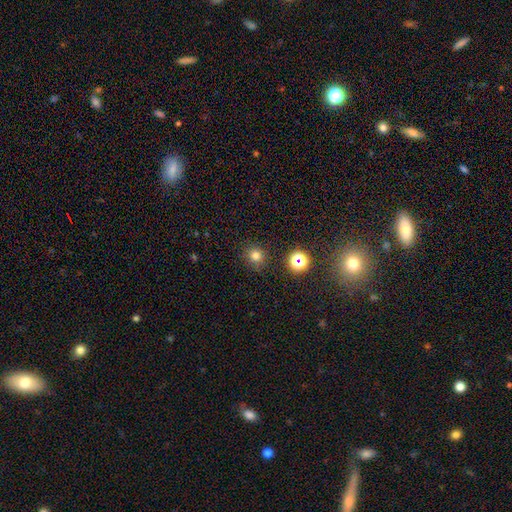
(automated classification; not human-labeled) The model was most divided on "smooth or featured": smooth: 76%, star or artifact: 18%, featured or disk: 6%. More confident: how rounded — round (91%); merging — none (88%).